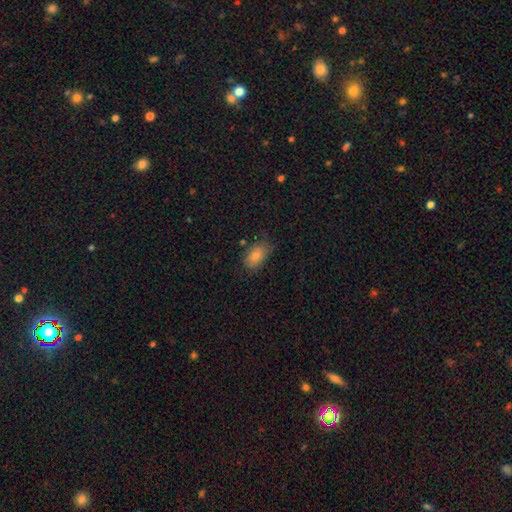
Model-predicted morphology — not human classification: smooth 83%, featured or disk 9%, star or artifact 8%. Down the decision tree: how rounded — in between (90%); merging — none (63%).